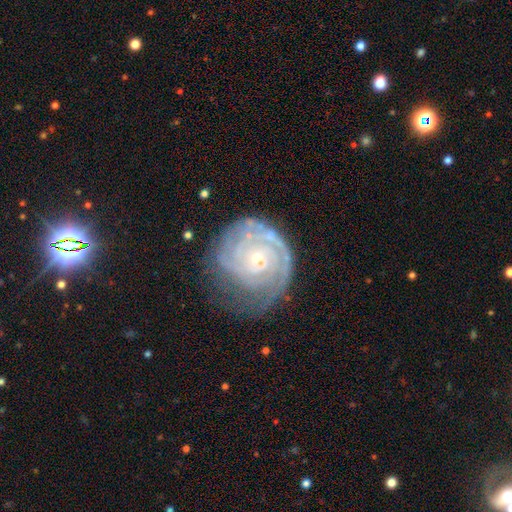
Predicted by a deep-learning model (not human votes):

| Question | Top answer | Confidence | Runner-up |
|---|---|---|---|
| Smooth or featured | featured or disk | 85% | smooth (8%) |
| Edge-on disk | no | 97% | yes (3%) |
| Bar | no | 70% | weak (23%) |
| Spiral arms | yes | 96% | no (4%) |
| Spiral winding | tight | 81% | medium (16%) |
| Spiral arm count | can't tell | 32% | 3 (22%) |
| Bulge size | small | 54% | moderate (42%) |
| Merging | none | 65% | minor disturbance (22%) |